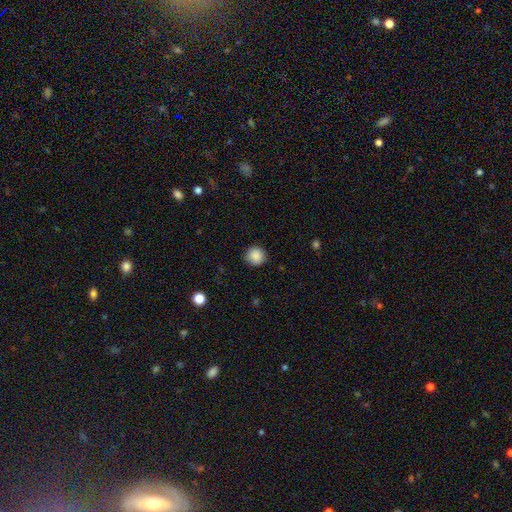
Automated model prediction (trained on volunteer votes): Smooth or featured? Predicted: smooth (p=0.88). How rounded? Predicted: round (p=0.93). Merging? Predicted: none (p=0.89).